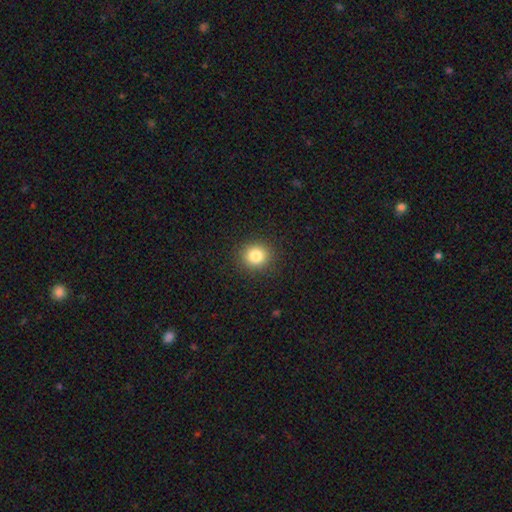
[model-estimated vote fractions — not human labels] A smooth galaxy with no disk features (83%) that is round (86%).

Vote fractions:
- Smooth or featured? smooth: 83% / star or artifact: 11% / featured or disk: 6%
- How rounded? round: 86% / in between: 13% / cigar-shaped: 1%
- Merging? none: 90% / minor disturbance: 6% / major disturbance: 2% / merger: 1%